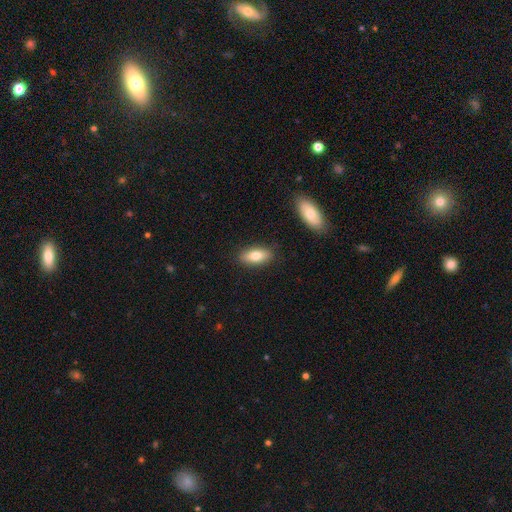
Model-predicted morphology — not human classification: Overall: smooth (77%). How rounded: in between (83%). Merging: none (86%).